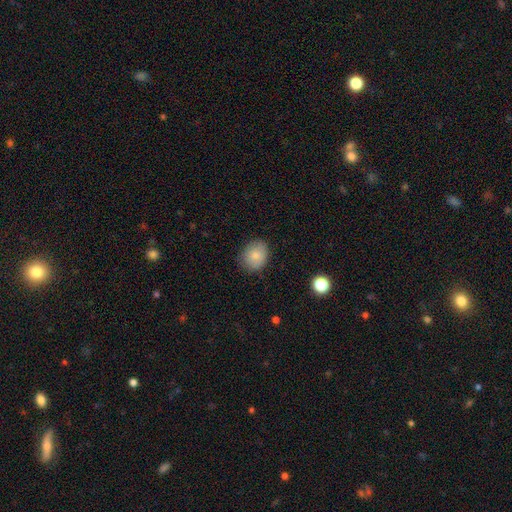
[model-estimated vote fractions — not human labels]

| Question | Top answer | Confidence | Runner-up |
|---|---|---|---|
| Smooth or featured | smooth | 83% | featured or disk (9%) |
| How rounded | round | 55% | in between (44%) |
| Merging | none | 79% | minor disturbance (16%) |